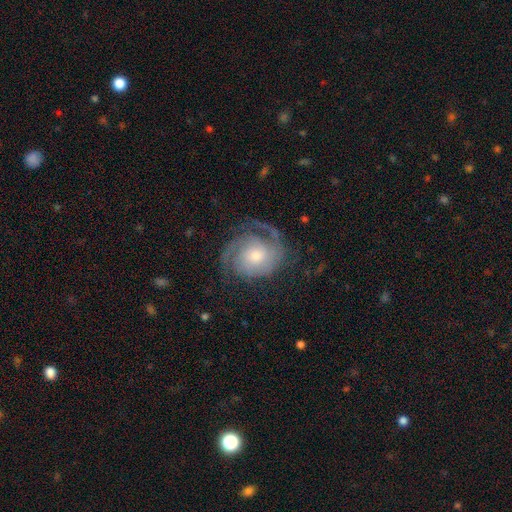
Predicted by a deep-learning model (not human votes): A featured or disk galaxy (85%) with no bar (73%), 2 (55%) tight (52%) spiral arms (97%) and a moderate central bulge (53%). Merging: none (70%).